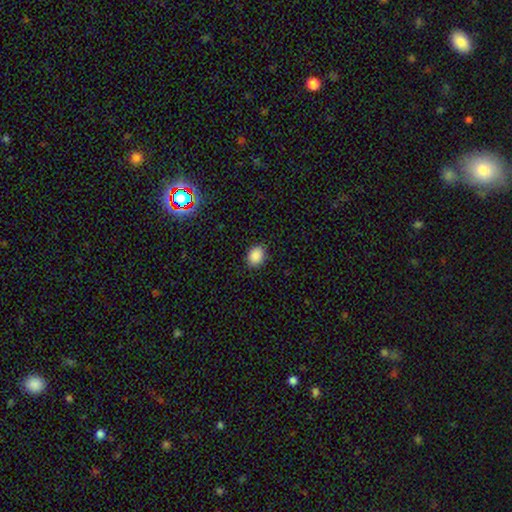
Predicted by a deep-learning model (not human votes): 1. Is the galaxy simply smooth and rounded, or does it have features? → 88% smooth, 9% star or artifact, 3% featured or disk.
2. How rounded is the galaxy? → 57% in between, 42% round, 1% cigar-shaped.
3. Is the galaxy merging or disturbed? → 86% none, 10% minor disturbance, 2% major disturbance, 1% merger.